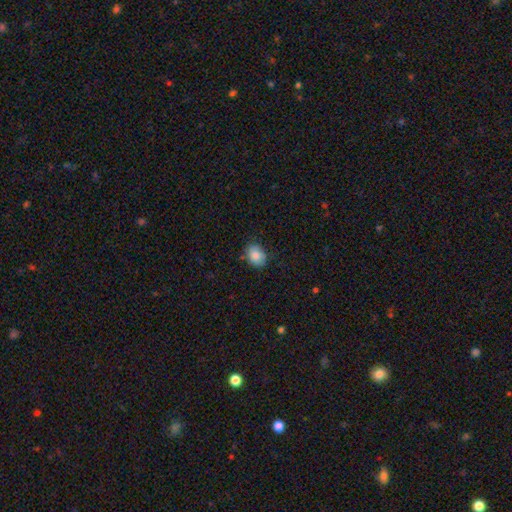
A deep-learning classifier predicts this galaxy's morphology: Smooth or featured: smooth — 85% (star or artifact — 8%)
How rounded: in between — 61% (round — 38%)
Merging: none — 81% (minor disturbance — 15%)